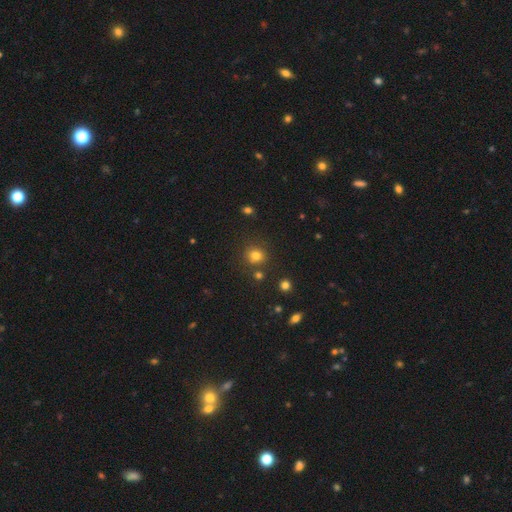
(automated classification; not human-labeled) smooth-or-featured: smooth: 78% | star or artifact: 16% | featured or disk: 6%
  how-rounded: round: 85% | in between: 14% | cigar-shaped: 1%
  merging: none: 80% | minor disturbance: 9% | merger: 8% | major disturbance: 3%